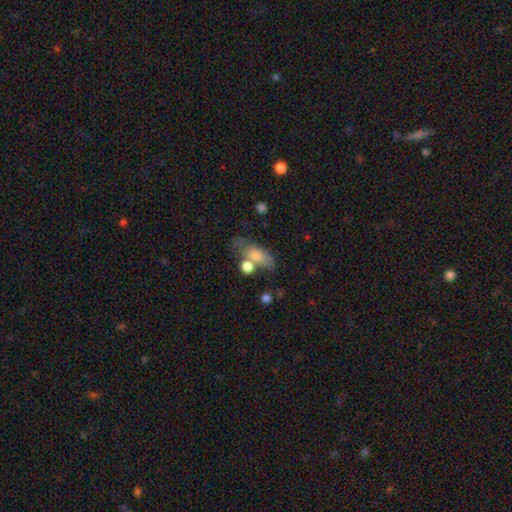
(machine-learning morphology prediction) This is likely a smooth galaxy (67%). How rounded: likely in between (76%). Merging: marginally none (34%).